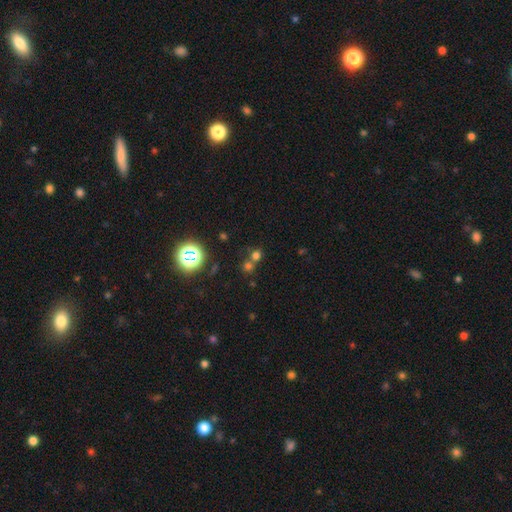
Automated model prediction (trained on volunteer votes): This is possibly a smooth galaxy (55%). How rounded: clearly round (80%). Merging: possibly none (50%).